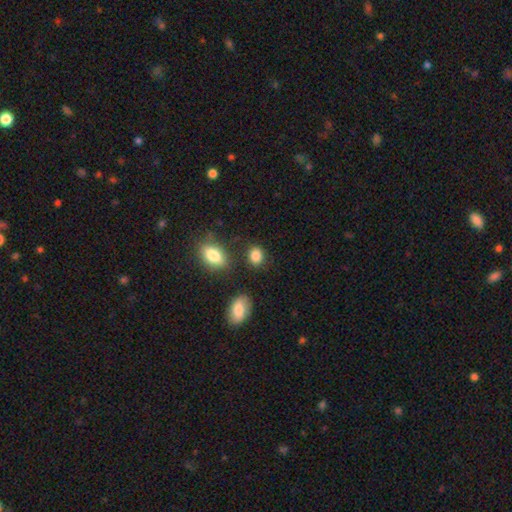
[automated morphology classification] A smooth galaxy with no disk features (86%) that is in between round and cigar-shaped (49%, tied with round). Merging: none (78%).